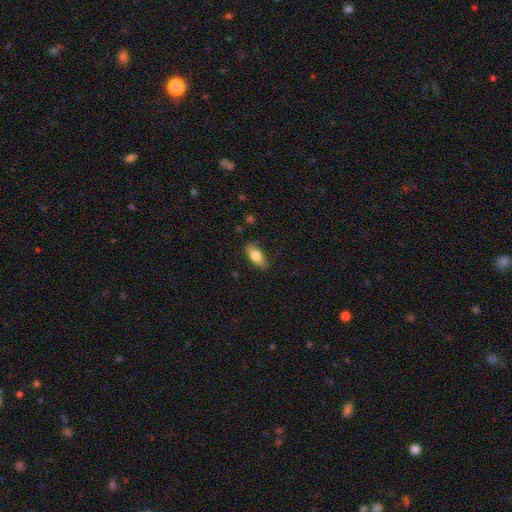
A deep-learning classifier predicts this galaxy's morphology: smooth-or-featured: smooth: 76% | featured or disk: 17% | star or artifact: 7%
  how-rounded: in between: 83% | cigar-shaped: 13% | round: 3%
  merging: none: 81% | minor disturbance: 15% | major disturbance: 3% | merger: 1%